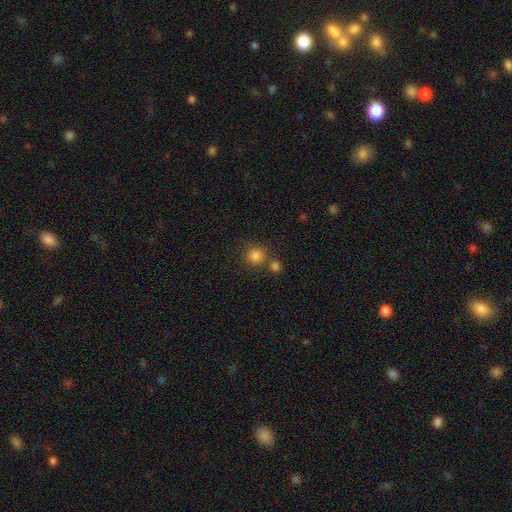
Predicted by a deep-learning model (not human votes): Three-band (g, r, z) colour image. It shows a smooth galaxy with no disk features (82%) that is round (91%). Merging: none (68%).